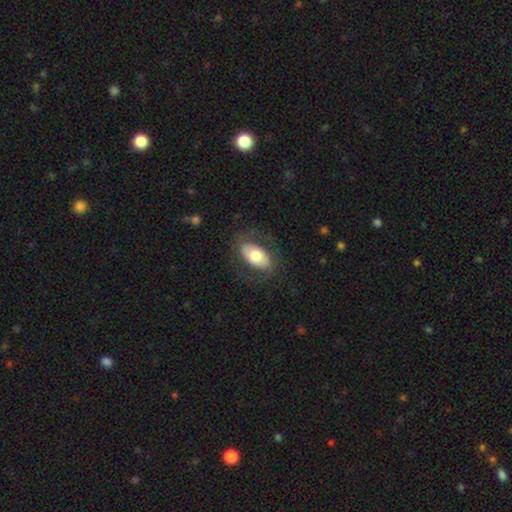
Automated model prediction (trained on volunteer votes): Smooth or featured? smooth (53%)
How rounded? in between (92%)
Merging? none (74%)